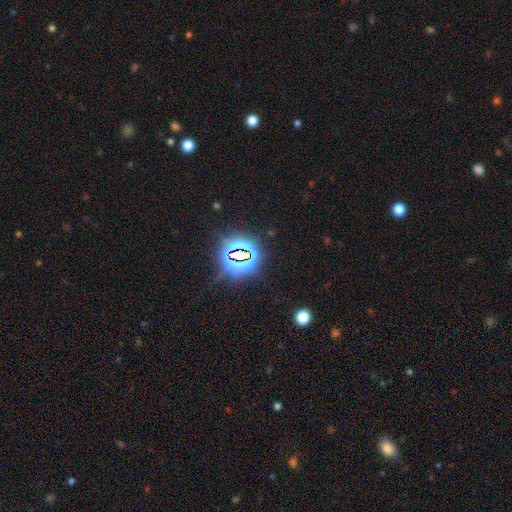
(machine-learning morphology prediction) type=star or artifact (84%).